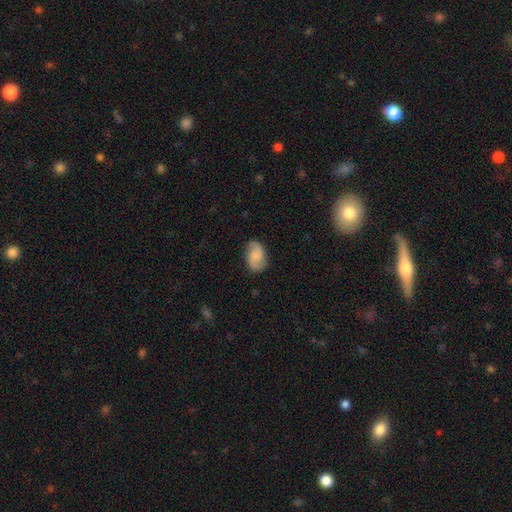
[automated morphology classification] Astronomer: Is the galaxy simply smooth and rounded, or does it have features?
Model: featured or disk — 65%.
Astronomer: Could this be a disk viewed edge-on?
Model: no — 97%.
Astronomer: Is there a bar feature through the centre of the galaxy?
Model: no — 55% (runner-up: weak, 38%).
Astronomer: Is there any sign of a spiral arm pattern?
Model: yes — 95%.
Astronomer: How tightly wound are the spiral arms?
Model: medium — 43% (runner-up: loose, 41%).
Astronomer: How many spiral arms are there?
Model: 2 — 92%.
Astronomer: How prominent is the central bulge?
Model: none — 52%.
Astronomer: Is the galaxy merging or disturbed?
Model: none — 80%.